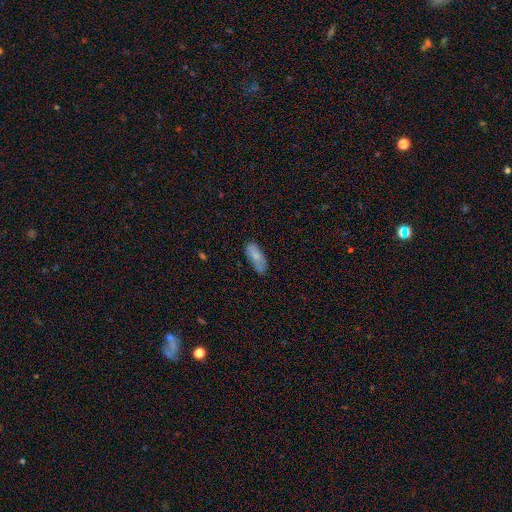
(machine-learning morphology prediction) A smooth galaxy with no disk features (79%) that is in between round and cigar-shaped (76%). Merging: none (74%).